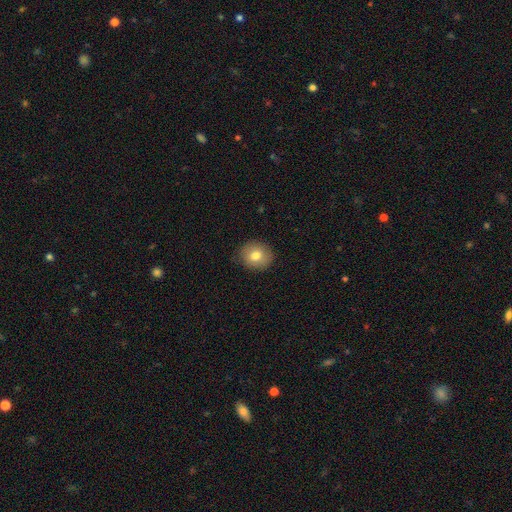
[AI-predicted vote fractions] Q: Smooth or featured?
A: smooth (78%); runner-up: featured or disk (13%)
Q: How rounded?
A: round (81%); runner-up: in between (18%)
Q: Merging?
A: none (89%); runner-up: minor disturbance (8%)